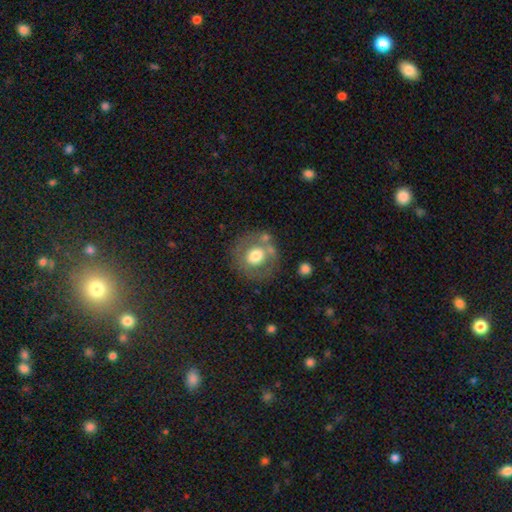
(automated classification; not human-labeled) This is possibly a smooth galaxy (59%). How rounded: clearly round (88%). Merging: likely none (68%).